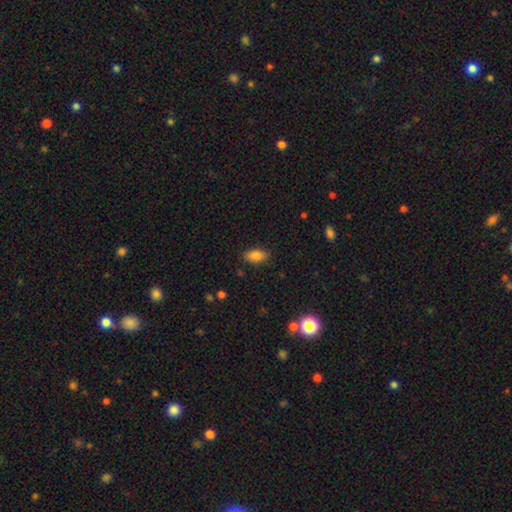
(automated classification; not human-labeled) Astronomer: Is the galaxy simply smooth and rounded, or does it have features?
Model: smooth — 83%.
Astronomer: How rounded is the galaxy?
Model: in between — 90%.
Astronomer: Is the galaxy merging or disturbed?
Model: none — 85%.